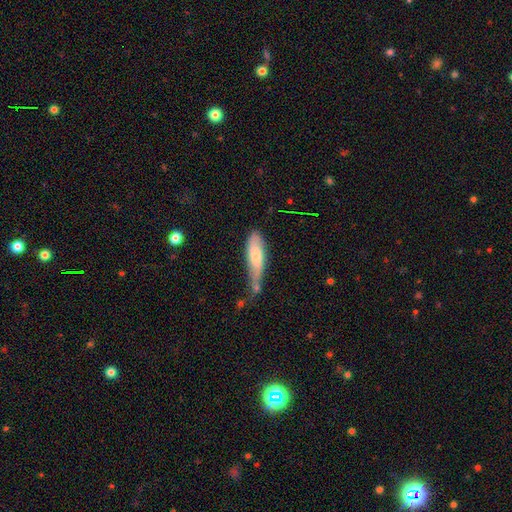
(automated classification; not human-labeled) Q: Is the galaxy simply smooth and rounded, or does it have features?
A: smooth — 66%.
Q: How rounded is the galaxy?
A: cigar-shaped — 54%.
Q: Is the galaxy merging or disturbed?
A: minor disturbance — 36%.